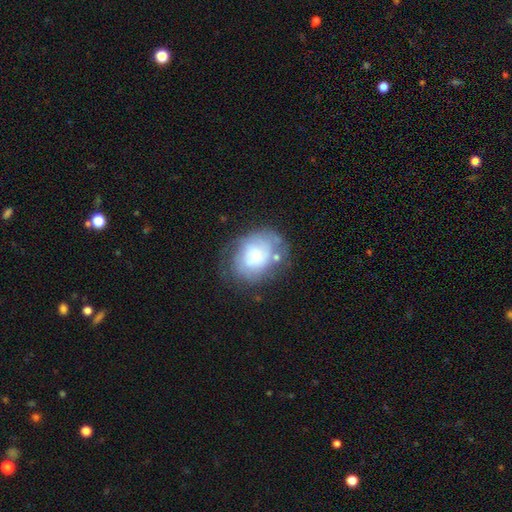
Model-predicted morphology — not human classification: Q: Smooth or featured?
A: smooth (46%); runner-up: featured or disk (45%)
Q: Merging?
A: none (50%); runner-up: minor disturbance (26%)